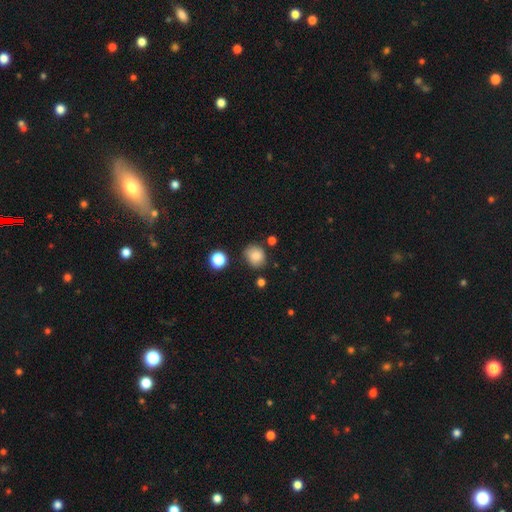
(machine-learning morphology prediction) Smooth or featured?
  - smooth: 81% *
  - star or artifact: 11%
  - featured or disk: 8%
How rounded?
  - round: 72% *
  - in between: 27%
  - cigar-shaped: 1%
Merging?
  - none: 76% *
  - minor disturbance: 16%
  - merger: 4%
  - major disturbance: 4%